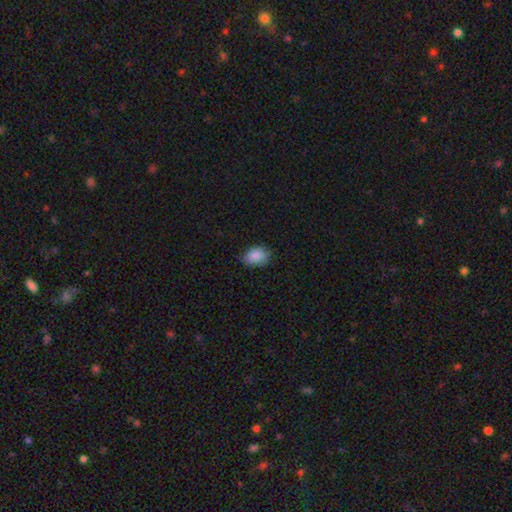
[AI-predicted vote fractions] Smooth or featured? smooth (88%)
How rounded? in between (74%)
Merging? none (72%)